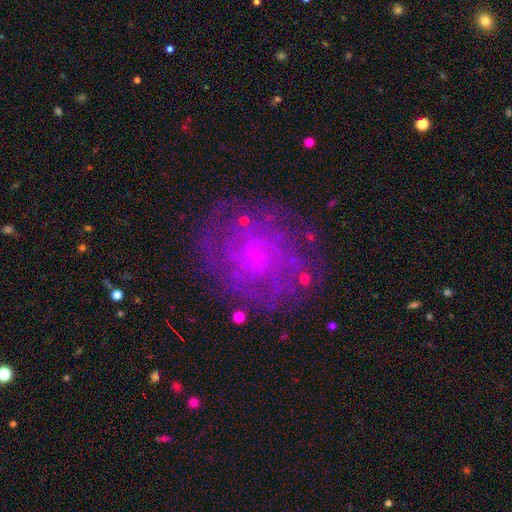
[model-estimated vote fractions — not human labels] Smooth or featured: featured or disk — 72% (smooth — 17%)
Edge-on disk: no — 97% (yes — 3%)
Bar: no — 64% (weak — 31%)
Spiral arms: yes — 81% (no — 19%)
Spiral winding: tight — 64% (medium — 27%)
Spiral arm count: can't tell — 52% (2 — 15%)
Bulge size: small — 71% (moderate — 16%)
Merging: none — 77% (minor disturbance — 15%)